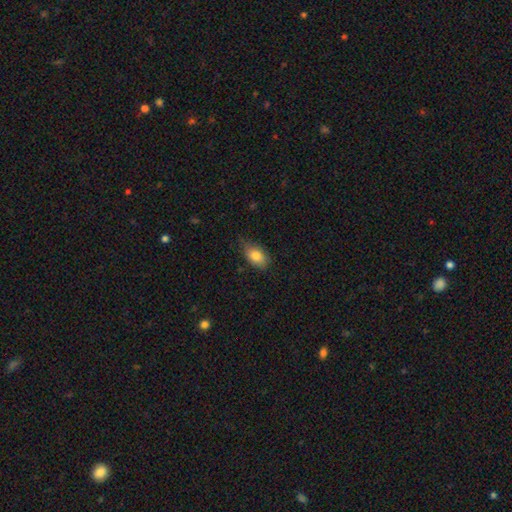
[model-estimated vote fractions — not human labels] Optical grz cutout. It shows a smooth galaxy with no disk features (82%) that is in between round and cigar-shaped (88%). Merging: none (68%).